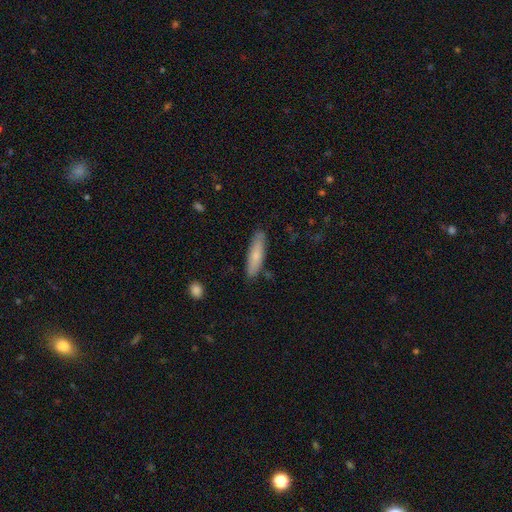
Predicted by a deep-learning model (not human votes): smooth 74%, featured or disk 20%, star or artifact 6%. Down the decision tree: how rounded — cigar-shaped (74%); merging — none (85%).